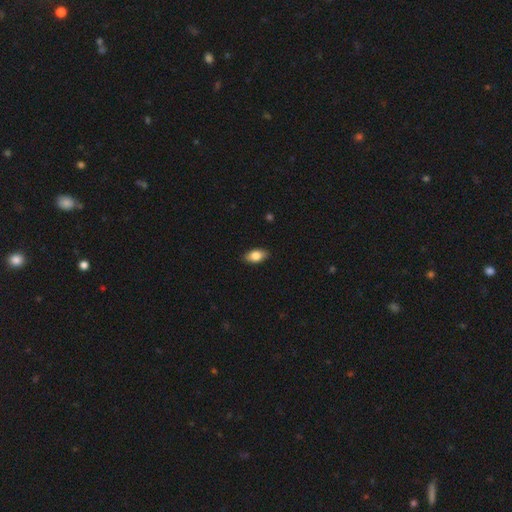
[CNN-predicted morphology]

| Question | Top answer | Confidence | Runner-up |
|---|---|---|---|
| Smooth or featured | smooth | 83% | featured or disk (10%) |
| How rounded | in between | 91% | round (6%) |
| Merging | none | 88% | minor disturbance (9%) |